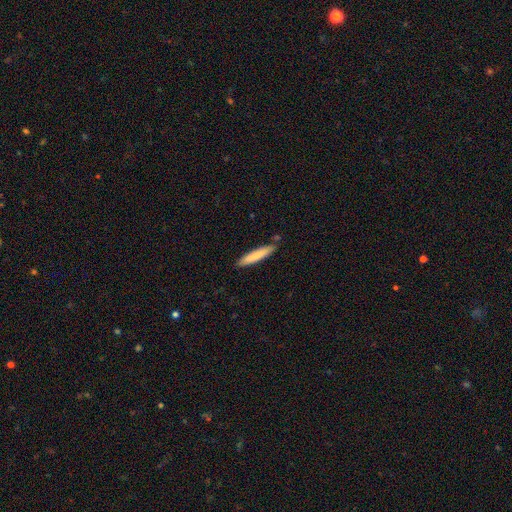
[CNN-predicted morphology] A smooth galaxy with no disk features (79%) that is cigar-shaped (91%).

Vote fractions:
- Smooth or featured? smooth: 79% / featured or disk: 16% / star or artifact: 5%
- How rounded? cigar-shaped: 91% / in between: 8% / round: 1%
- Merging? none: 85% / minor disturbance: 10% / merger: 3% / major disturbance: 2%